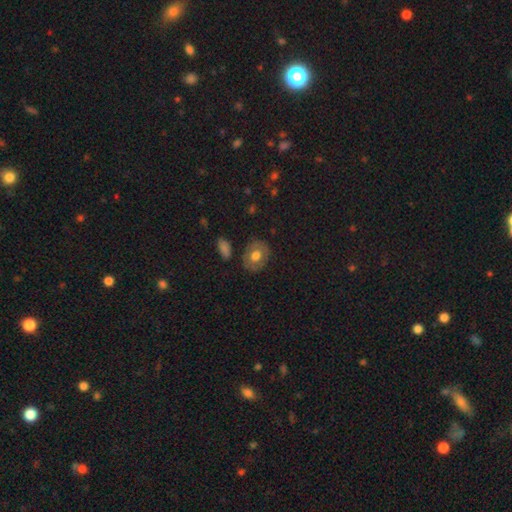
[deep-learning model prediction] smooth 58%, featured or disk 35%, star or artifact 7%. Down the decision tree: how rounded — in between (51%); merging — none (81%).